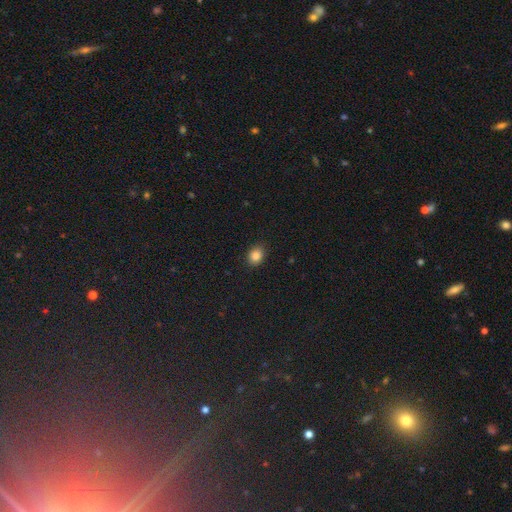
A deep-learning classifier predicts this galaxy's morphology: This appears to be a smooth galaxy with no disk features (85%) that is round (55%). Merging: none (89%).